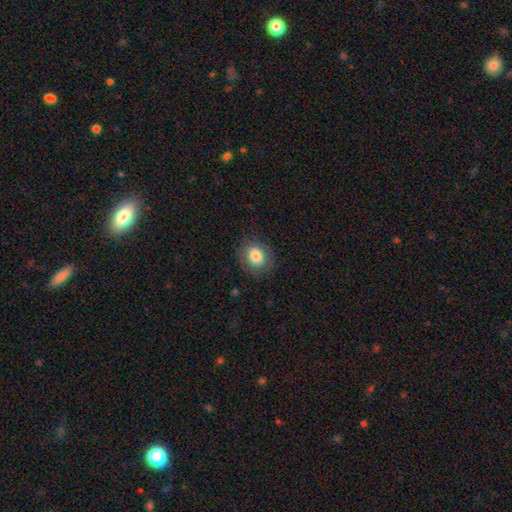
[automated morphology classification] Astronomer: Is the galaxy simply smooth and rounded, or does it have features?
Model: smooth — 80%.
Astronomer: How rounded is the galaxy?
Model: round — 62% (runner-up: in between, 37%).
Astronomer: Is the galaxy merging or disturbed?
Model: none — 82%.